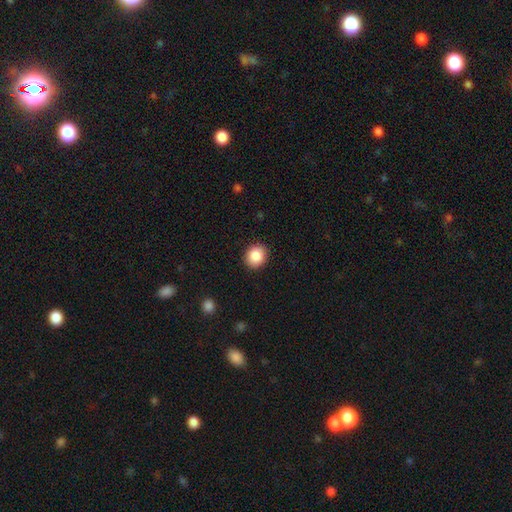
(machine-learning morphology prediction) Smooth or featured?
  - smooth: 88% *
  - star or artifact: 8%
  - featured or disk: 4%
How rounded?
  - round: 71% *
  - in between: 28%
  - cigar-shaped: 1%
Merging?
  - none: 90% *
  - minor disturbance: 7%
  - major disturbance: 2%
  - merger: 1%